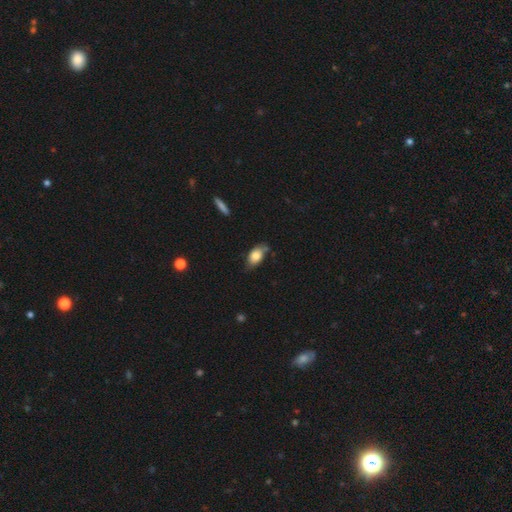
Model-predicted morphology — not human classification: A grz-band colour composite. It shows a smooth galaxy with no disk features (78%) that is in between round and cigar-shaped (90%). Merging: none (63%).